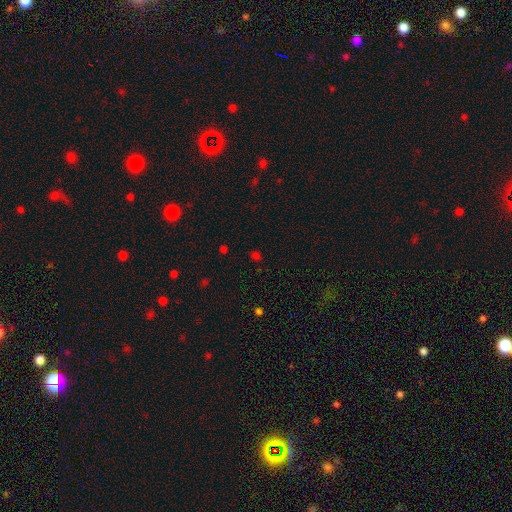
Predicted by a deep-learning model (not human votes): smooth-or-featured: smooth: 51% | star or artifact: 43% | featured or disk: 6%
  how-rounded: round: 59% | in between: 39% | cigar-shaped: 2%
  merging: none: 80% | minor disturbance: 12% | major disturbance: 5% | merger: 3%